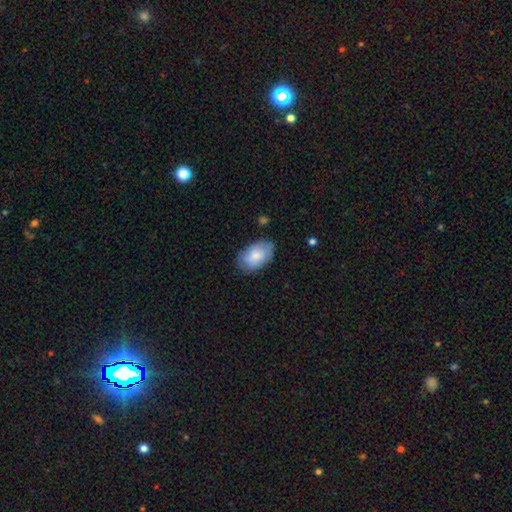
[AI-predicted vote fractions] Smooth or featured? Predicted: smooth (p=0.74). How rounded? Predicted: in between (p=0.91). Merging? Predicted: none (p=0.74).